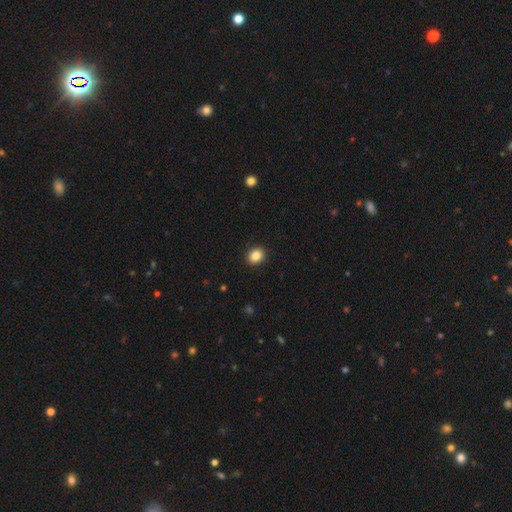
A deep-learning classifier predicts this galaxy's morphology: smooth_or_featured: smooth (p=0.86) [alt: star or artifact p=0.09]
how_rounded: round (p=0.60) [alt: in between p=0.39]
merging: none (p=0.92) [alt: minor disturbance p=0.06]